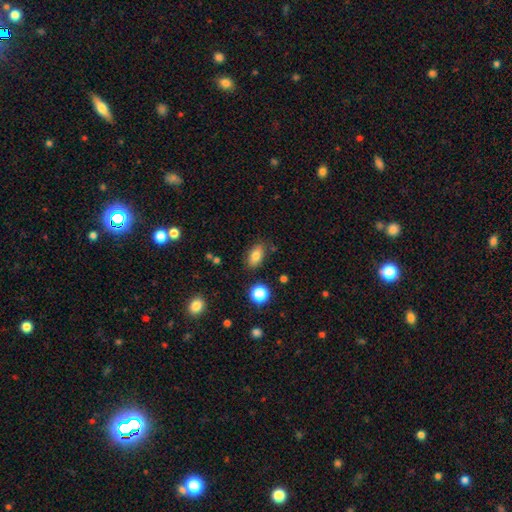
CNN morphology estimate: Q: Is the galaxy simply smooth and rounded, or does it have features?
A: smooth — 80%.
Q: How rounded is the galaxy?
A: in between — 86%.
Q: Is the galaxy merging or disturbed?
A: none — 80%.